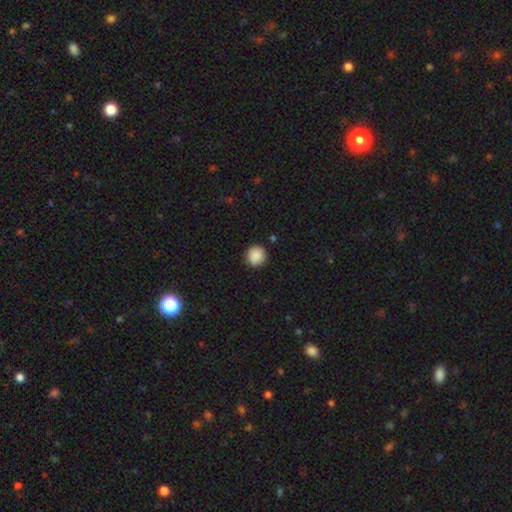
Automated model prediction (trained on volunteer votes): This appears to be a smooth galaxy with no disk features (88%) that is round (91%). Merging: none (88%).